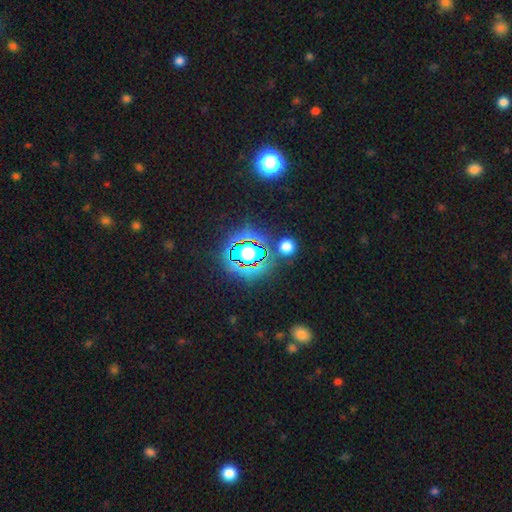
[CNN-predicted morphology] type=star or artifact (79%).